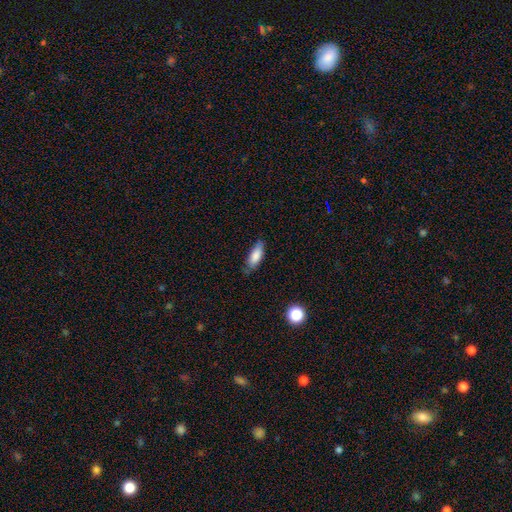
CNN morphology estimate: type=smooth (82%); roundness=in between (67%); merging=none (71%).